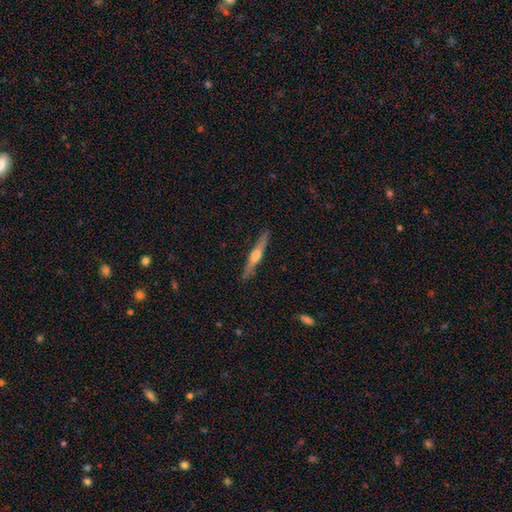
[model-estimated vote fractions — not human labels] A featured or disk galaxy (70%) viewed edge-on (98%) with a rounded central bulge (88%).

Vote fractions:
- Smooth or featured? featured or disk: 70% / smooth: 24% / star or artifact: 6%
- Edge-on disk? yes: 98% / no: 2%
- Edge-on bulge? rounded: 88% / none: 6% / boxy: 5%
- Merging? none: 91% / minor disturbance: 7% / major disturbance: 1% / merger: 1%